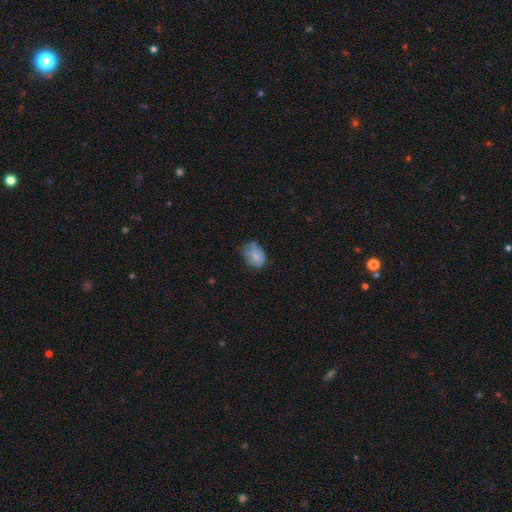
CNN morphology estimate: smooth 72%, featured or disk 19%, star or artifact 9%. Down the decision tree: how rounded — in between (70%); merging — none (47%).